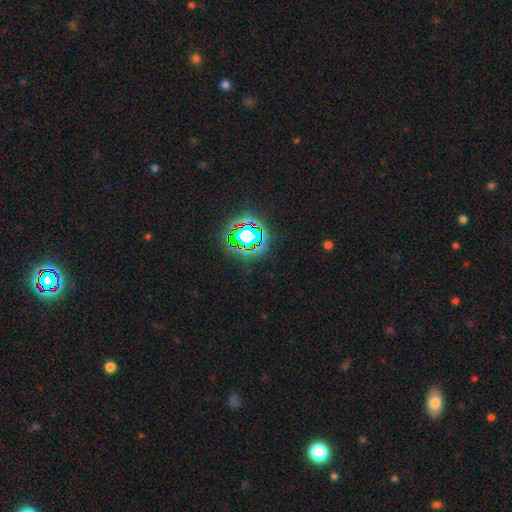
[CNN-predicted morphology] type=star or artifact (80%).